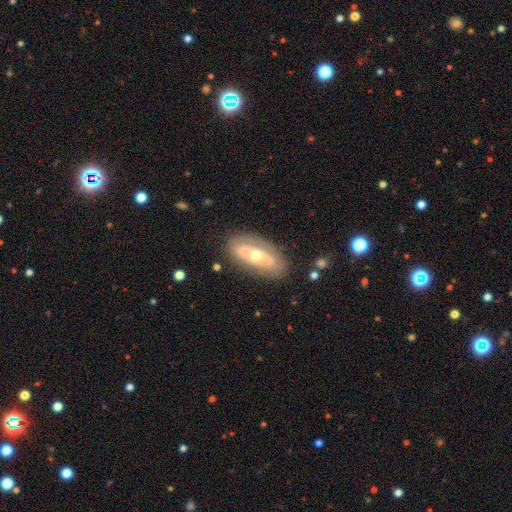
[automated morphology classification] Q: Smooth or featured?
A: featured or disk (65%); runner-up: smooth (29%)
Q: Edge-on disk?
A: no (87%); runner-up: yes (13%)
Q: Bar?
A: no (67%); runner-up: weak (21%)
Q: Spiral arms?
A: no (53%); runner-up: yes (47%)
Q: Bulge size?
A: moderate (69%); runner-up: small (23%)
Q: Merging?
A: none (78%); runner-up: minor disturbance (15%)